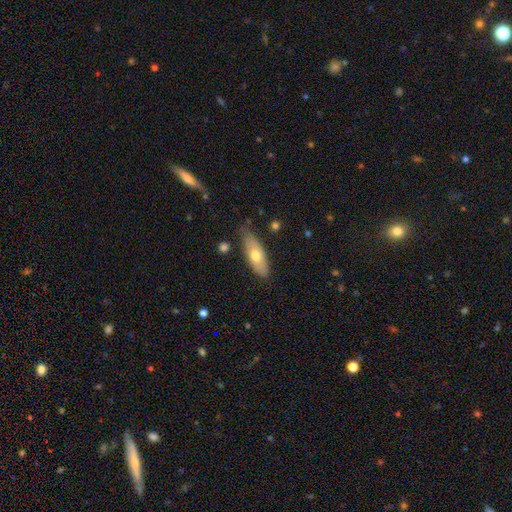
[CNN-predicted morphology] Smooth or featured? smooth (61%)
How rounded? in between (67%)
Merging? none (73%)